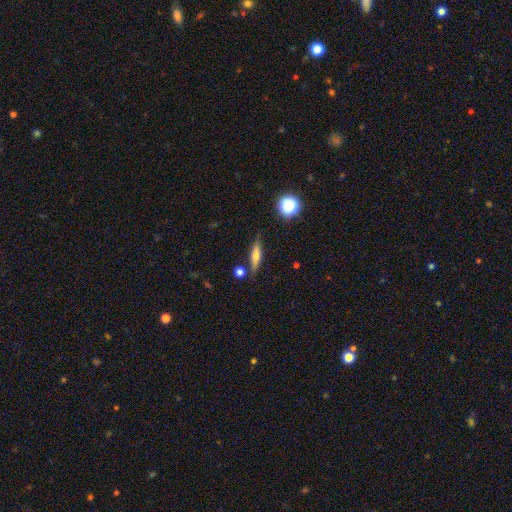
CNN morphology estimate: type=featured or disk (49%); merging=none (79%).